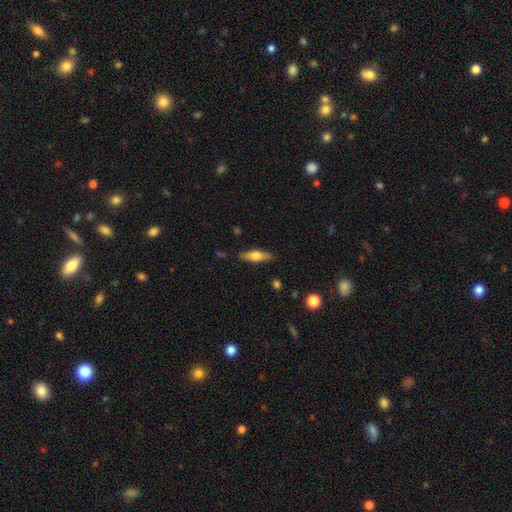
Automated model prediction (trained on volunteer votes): Smooth or featured? Predicted: smooth (p=0.48). Merging? Predicted: none (p=0.87).